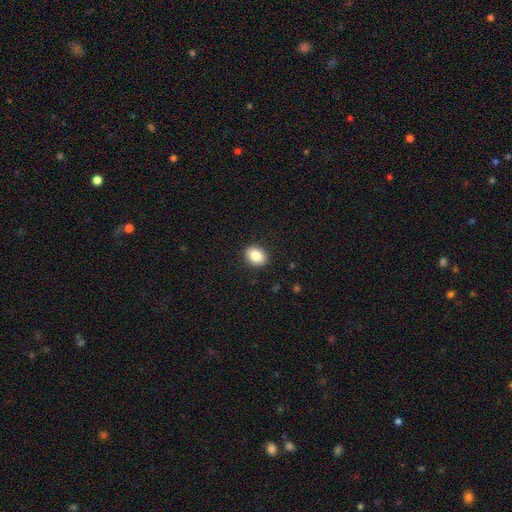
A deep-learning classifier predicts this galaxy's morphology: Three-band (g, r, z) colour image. It shows a smooth galaxy with no disk features (86%) that is in between round and cigar-shaped (60%). Merging: none (91%).